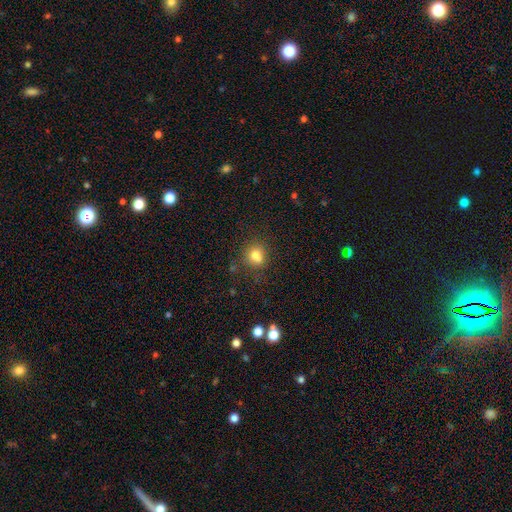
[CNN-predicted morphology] Smooth or featured: smooth — 76% (star or artifact — 14%)
How rounded: round — 71% (in between — 28%)
Merging: none — 65% (merger — 15%)